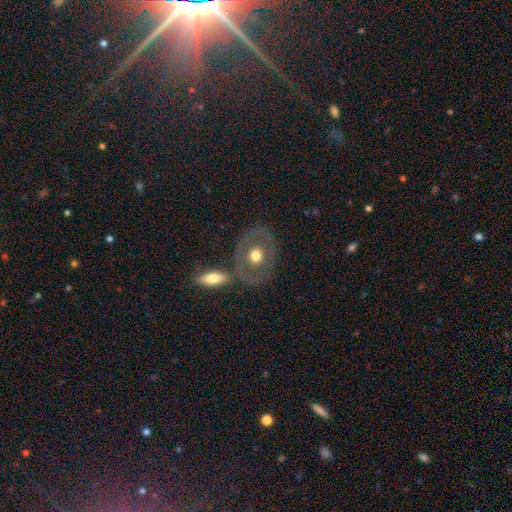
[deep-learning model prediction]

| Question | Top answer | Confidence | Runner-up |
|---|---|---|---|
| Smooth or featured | featured or disk | 47% | tied: smooth (47%) |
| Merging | none | 76% | minor disturbance (11%) |